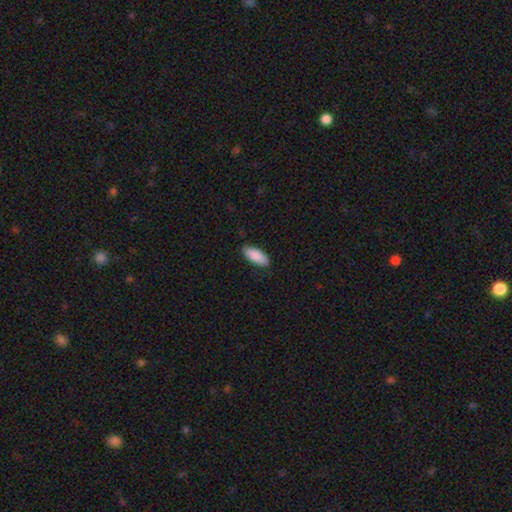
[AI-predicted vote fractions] A smooth galaxy with no disk features (89%) that is in between round and cigar-shaped (80%).

Vote fractions:
- Smooth or featured? smooth: 89% / star or artifact: 5% / featured or disk: 5%
- How rounded? in between: 80% / cigar-shaped: 18% / round: 2%
- Merging? none: 84% / minor disturbance: 13% / major disturbance: 2% / merger: 1%